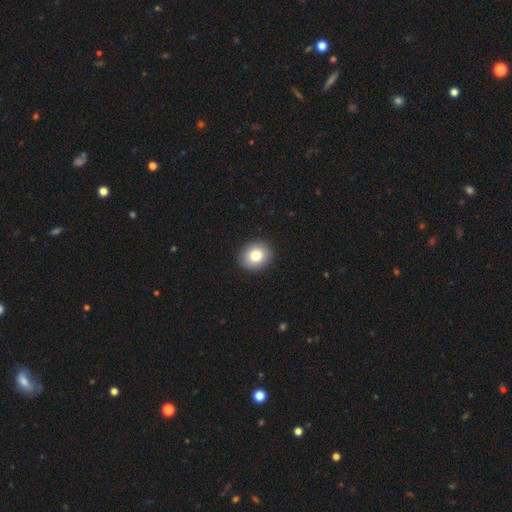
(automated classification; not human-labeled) Smooth or featured?
  - smooth: 82% *
  - star or artifact: 9%
  - featured or disk: 9%
How rounded?
  - round: 63% *
  - in between: 36%
  - cigar-shaped: 1%
Merging?
  - none: 91% *
  - minor disturbance: 6%
  - major disturbance: 2%
  - merger: 1%